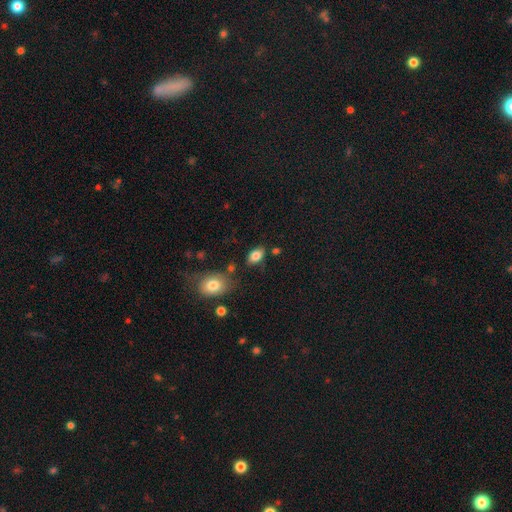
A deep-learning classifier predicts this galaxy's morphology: The model was most divided on "merging": none: 77%, minor disturbance: 14%, merger: 5%, major disturbance: 3%. More confident: how rounded — in between (89%); smooth or featured — smooth (83%).